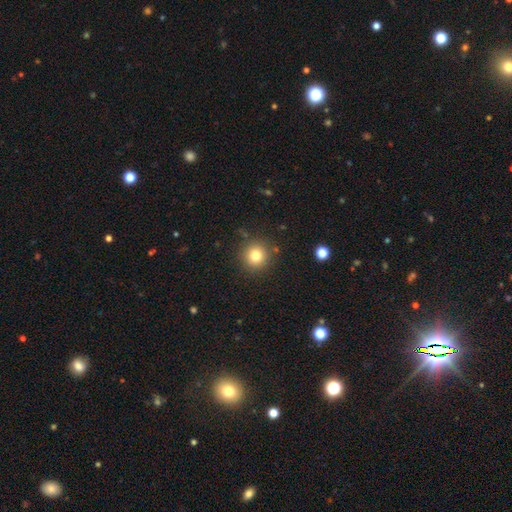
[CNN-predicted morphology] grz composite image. It shows a smooth galaxy with no disk features (79%) that is round (95%). Merging: none (87%).